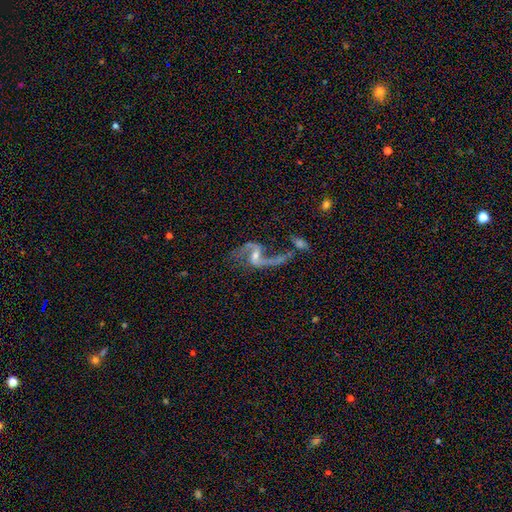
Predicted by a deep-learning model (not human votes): Q: Smooth or featured?
A: featured or disk (89%); runner-up: star or artifact (7%)
Q: Edge-on disk?
A: no (97%); runner-up: yes (3%)
Q: Bar?
A: weak (47%); runner-up: no (29%)
Q: Spiral arms?
A: yes (95%); runner-up: no (5%)
Q: Spiral winding?
A: loose (82%); runner-up: medium (14%)
Q: Spiral arm count?
A: 2 (89%); runner-up: 1 (6%)
Q: Bulge size?
A: small (53%); runner-up: moderate (36%)
Q: Merging?
A: none (40%); runner-up: major disturbance (22%)